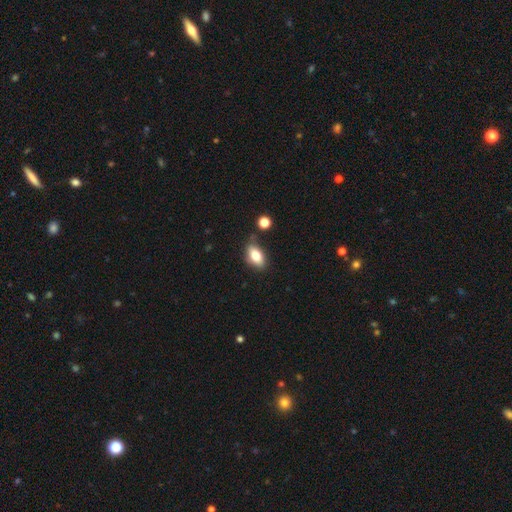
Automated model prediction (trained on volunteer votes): A smooth galaxy with no disk features (79%) that is in between round and cigar-shaped (88%). Merging: none (70%).